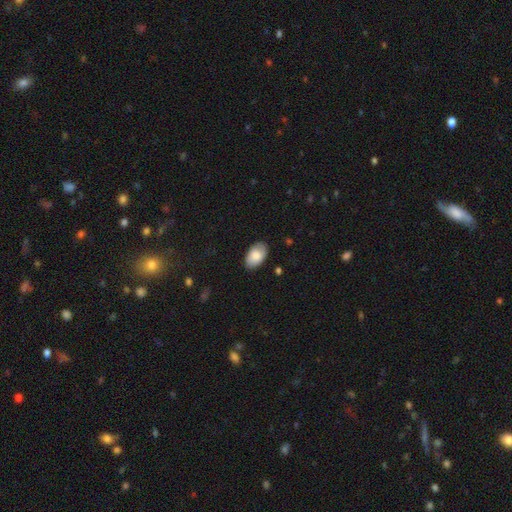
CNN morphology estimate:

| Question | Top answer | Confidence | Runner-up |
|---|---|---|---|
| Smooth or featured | smooth | 82% | featured or disk (11%) |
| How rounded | in between | 93% | round (5%) |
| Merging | none | 82% | minor disturbance (15%) |